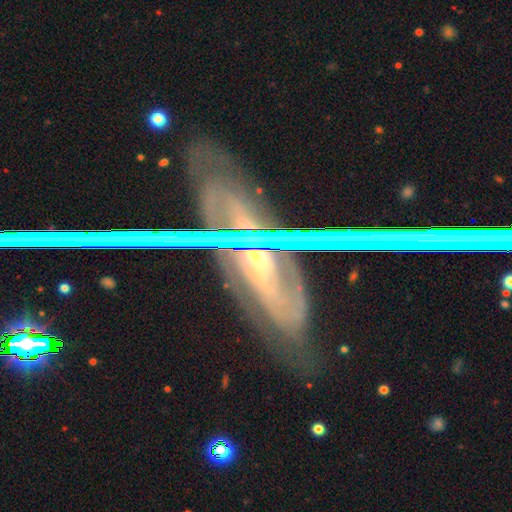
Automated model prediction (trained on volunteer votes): This appears to be a featured or disk galaxy (77%). Merging: none (62%).